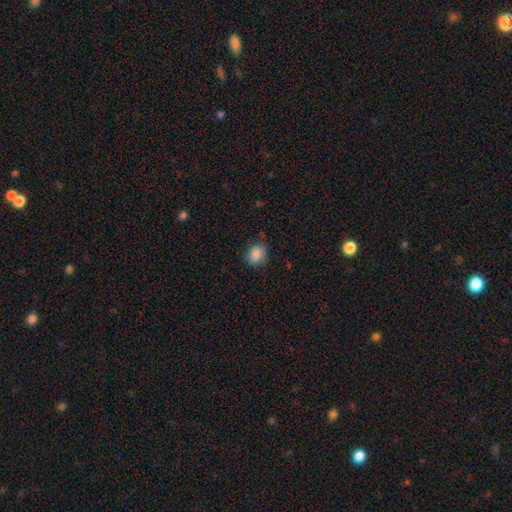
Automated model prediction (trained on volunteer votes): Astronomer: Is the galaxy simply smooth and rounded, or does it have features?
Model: smooth — 86%.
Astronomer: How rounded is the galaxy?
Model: in between — 55% (runner-up: round, 44%).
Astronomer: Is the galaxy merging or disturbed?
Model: none — 71%.